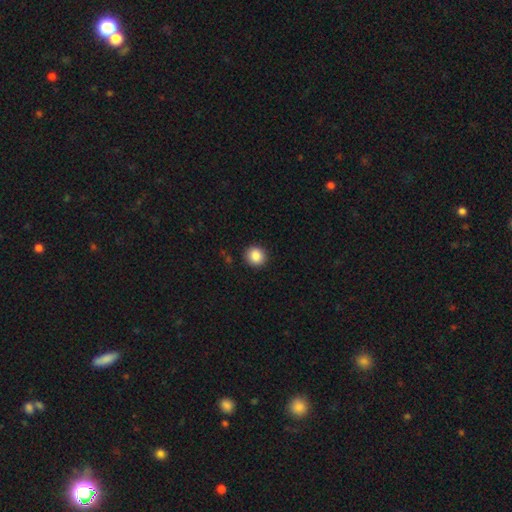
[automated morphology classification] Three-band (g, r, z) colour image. It shows a smooth galaxy with no disk features (87%) that is round (89%). Merging: none (92%).